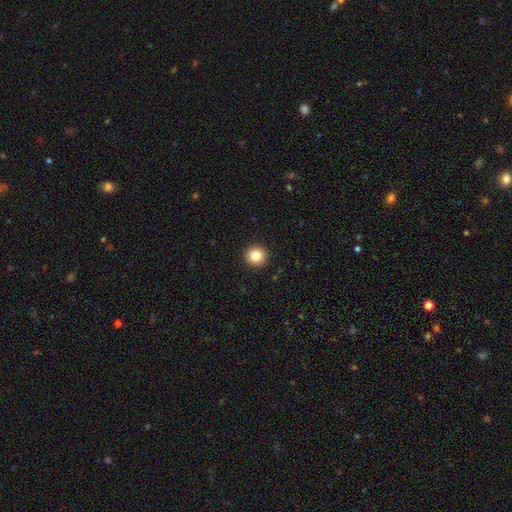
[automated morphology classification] Smooth or featured? smooth (83%)
How rounded? round (94%)
Merging? none (93%)